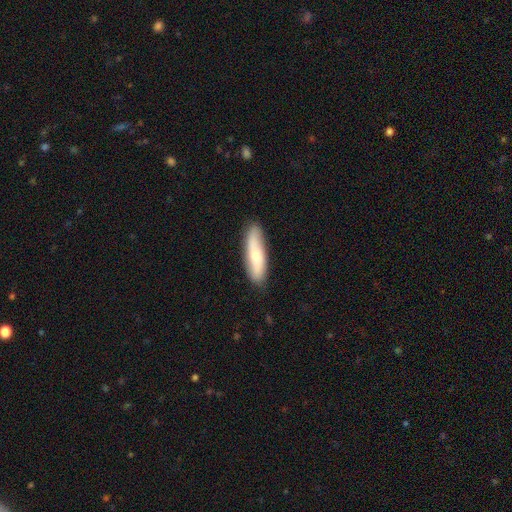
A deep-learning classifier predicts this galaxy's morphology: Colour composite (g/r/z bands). It shows a smooth galaxy with no disk features (66%) that is cigar-shaped (65%). Merging: none (85%).